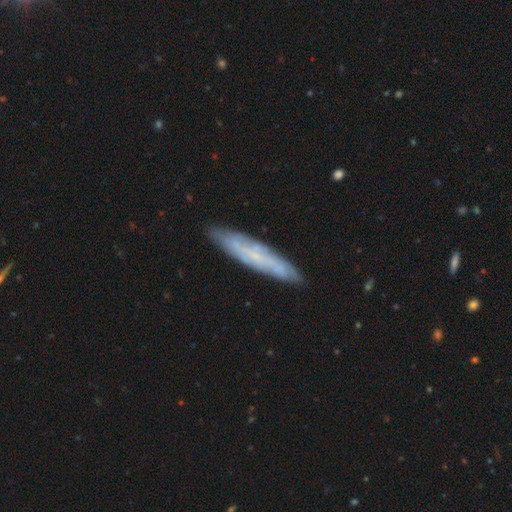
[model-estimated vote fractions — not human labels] smooth_or_featured: featured or disk (p=0.46) [tied with: smooth p=0.46]
merging: none (p=0.86) [alt: minor disturbance p=0.11]